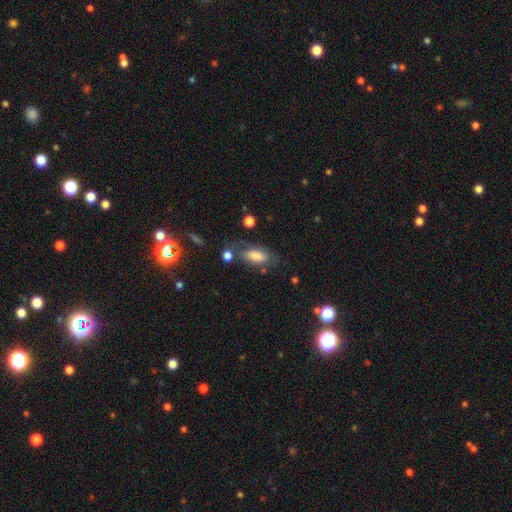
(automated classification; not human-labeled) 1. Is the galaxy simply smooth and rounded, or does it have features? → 74% smooth, 17% featured or disk, 9% star or artifact.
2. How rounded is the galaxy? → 84% in between, 12% cigar-shaped, 3% round.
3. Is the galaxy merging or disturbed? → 60% none, 22% minor disturbance, 10% major disturbance, 7% merger.